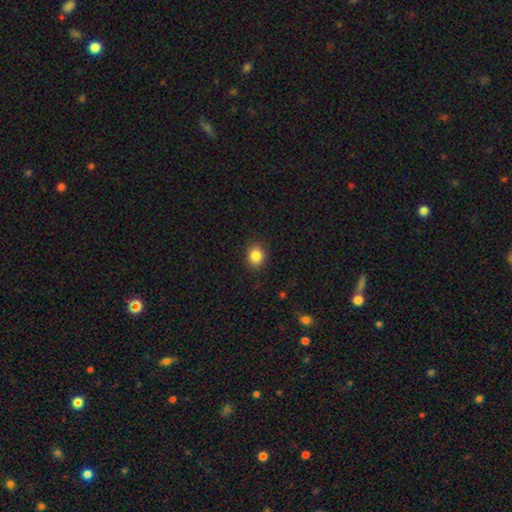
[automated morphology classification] smooth_or_featured: smooth (p=0.86) [alt: star or artifact p=0.10]
how_rounded: round (p=0.62) [alt: in between p=0.37]
merging: none (p=0.89) [alt: minor disturbance p=0.08]